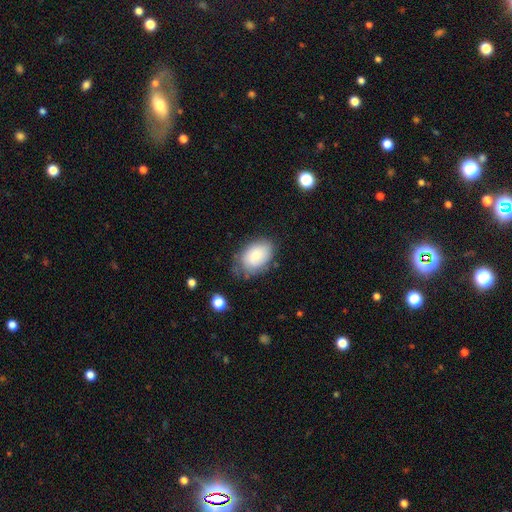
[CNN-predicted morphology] smooth 78%, featured or disk 16%, star or artifact 7%. Down the decision tree: how rounded — in between (86%); merging — none (65%).